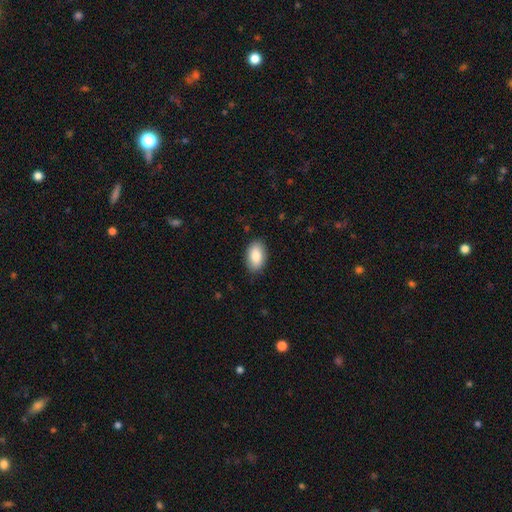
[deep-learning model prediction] This appears to be a smooth galaxy with no disk features (86%) that is in between round and cigar-shaped (93%). Merging: none (87%).